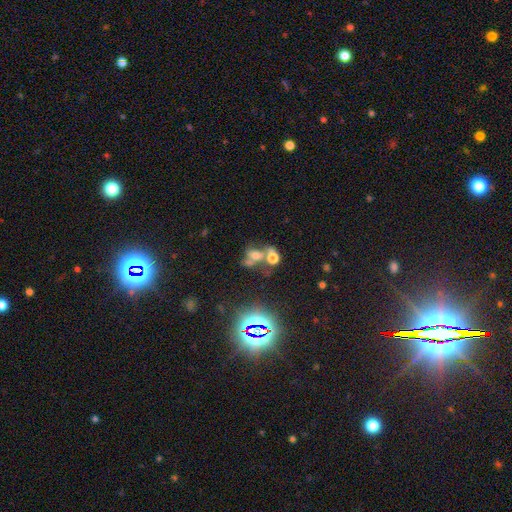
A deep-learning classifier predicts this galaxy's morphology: A smooth galaxy with no disk features (44%). Merging: merger (54%).